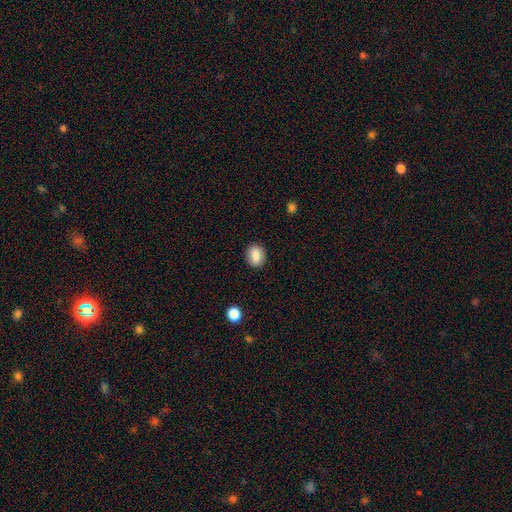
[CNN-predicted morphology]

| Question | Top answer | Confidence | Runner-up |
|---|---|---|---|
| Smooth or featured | smooth | 86% | star or artifact (8%) |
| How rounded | round | 57% | in between (42%) |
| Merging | none | 89% | minor disturbance (8%) |